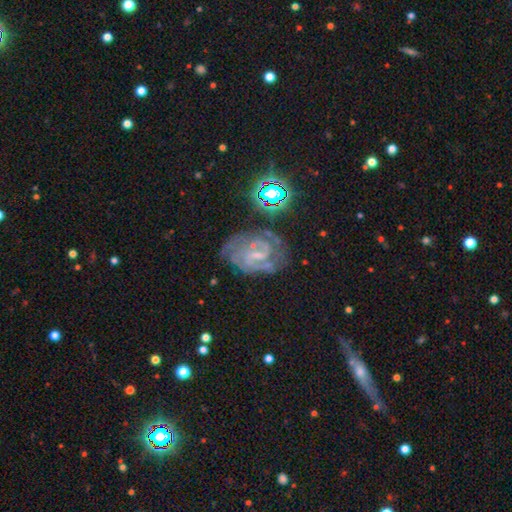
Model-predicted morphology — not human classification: Q: Smooth or featured?
A: featured or disk (77%); runner-up: star or artifact (13%)
Q: Edge-on disk?
A: no (97%); runner-up: yes (3%)
Q: Bar?
A: weak (54%); runner-up: no (25%)
Q: Spiral arms?
A: yes (91%); runner-up: no (9%)
Q: Spiral winding?
A: tight (49%); runner-up: medium (41%)
Q: Spiral arm count?
A: 2 (45%); runner-up: can't tell (29%)
Q: Bulge size?
A: small (54%); runner-up: none (26%)
Q: Merging?
A: none (62%); runner-up: minor disturbance (21%)